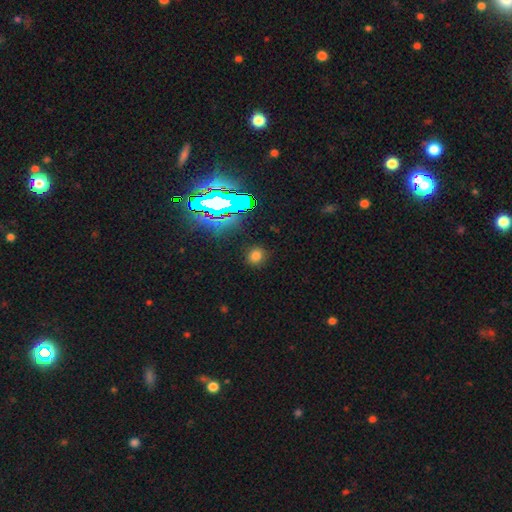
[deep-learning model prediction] smooth-or-featured: smooth: 68% | star or artifact: 25% | featured or disk: 7%
  how-rounded: round: 84% | in between: 15% | cigar-shaped: 1%
  merging: none: 88% | minor disturbance: 8% | major disturbance: 3% | merger: 2%